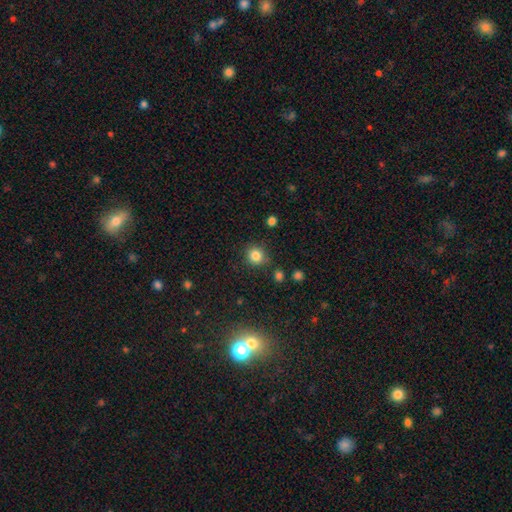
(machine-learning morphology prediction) Smooth or featured: smooth — 83% (star or artifact — 12%)
How rounded: round — 88% (in between — 11%)
Merging: none — 83% (minor disturbance — 10%)